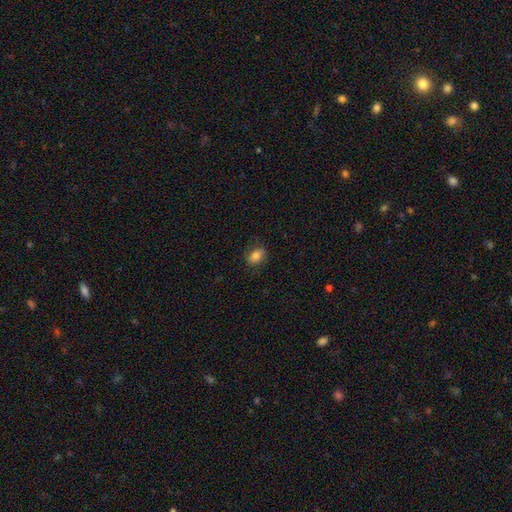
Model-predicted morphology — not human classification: type=smooth (80%); roundness=in between (77%); merging=none (80%).